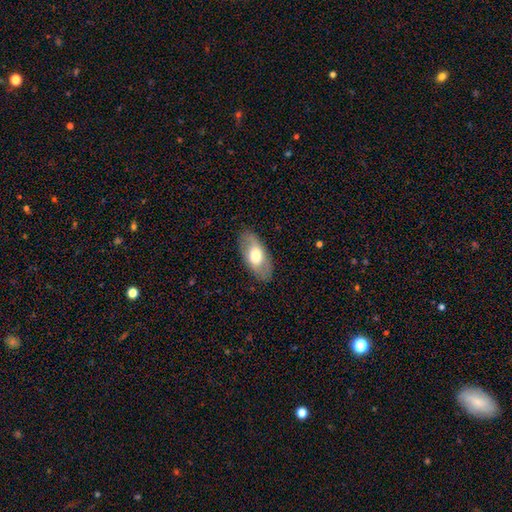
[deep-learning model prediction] A smooth galaxy with no disk features (58%) that is in between round and cigar-shaped (91%). Merging: none (83%).